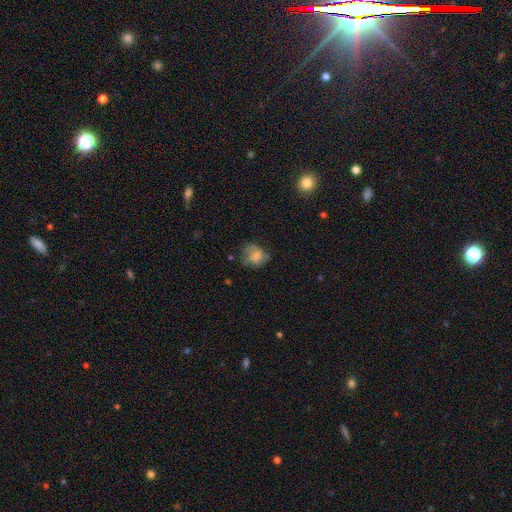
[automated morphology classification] Smooth or featured? Predicted: smooth (p=0.49). Merging? Predicted: none (p=0.49).